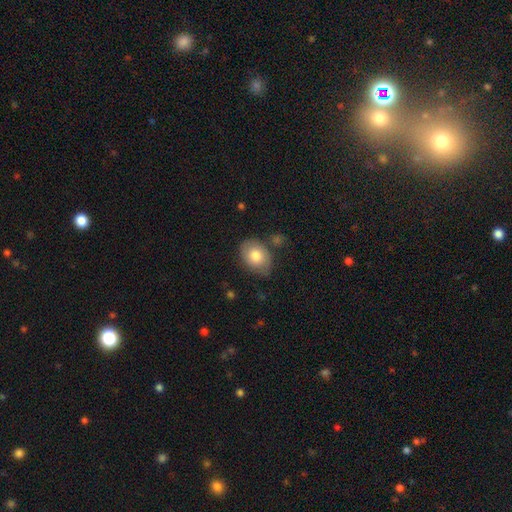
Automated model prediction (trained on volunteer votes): Smooth or featured? smooth (76%)
How rounded? in between (72%)
Merging? none (72%)